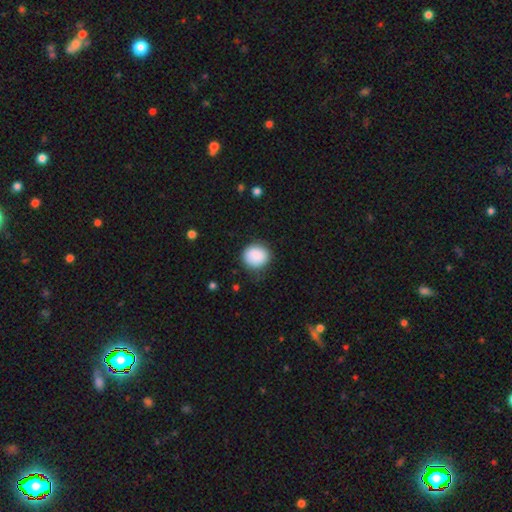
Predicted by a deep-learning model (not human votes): The model was most divided on "how rounded": round: 84%, in between: 15%, cigar-shaped: 1%. More confident: smooth or featured — smooth (88%); merging — none (82%).